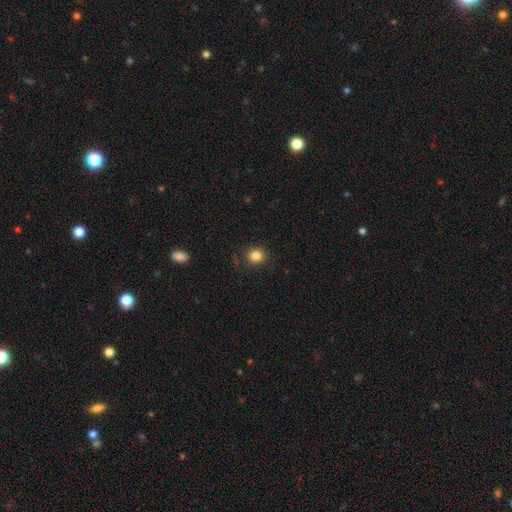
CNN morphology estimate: smooth-or-featured: smooth: 84% | star or artifact: 11% | featured or disk: 5%
  how-rounded: round: 84% | in between: 15% | cigar-shaped: 1%
  merging: none: 87% | minor disturbance: 9% | major disturbance: 3% | merger: 1%